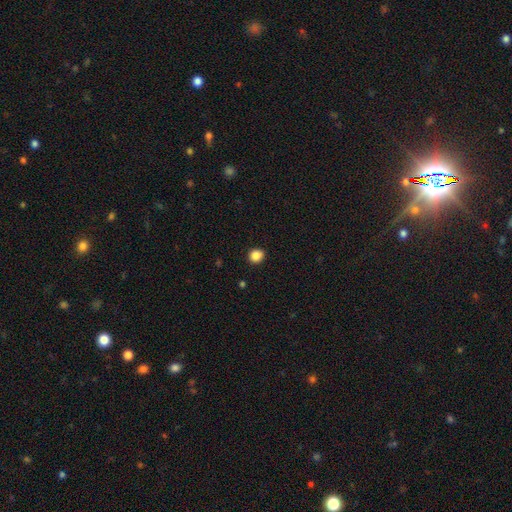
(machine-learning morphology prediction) smooth 87%, star or artifact 10%, featured or disk 3%. Down the decision tree: how rounded — round (82%); merging — none (91%).